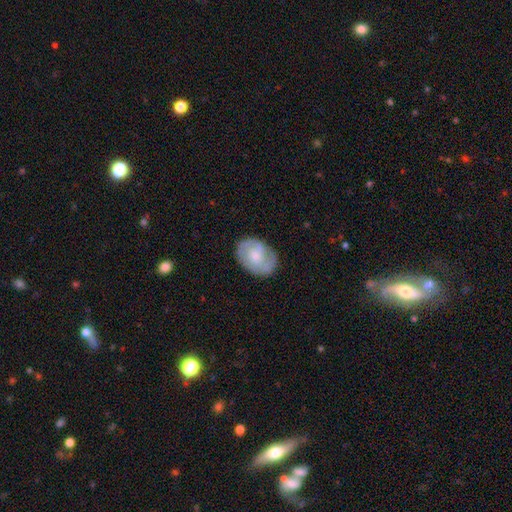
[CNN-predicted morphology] type=featured or disk (53%); edge-on=no (96%); bar=no (69%); spiral arms=yes (78%); bulge=moderate (47%); merging=none (73%).